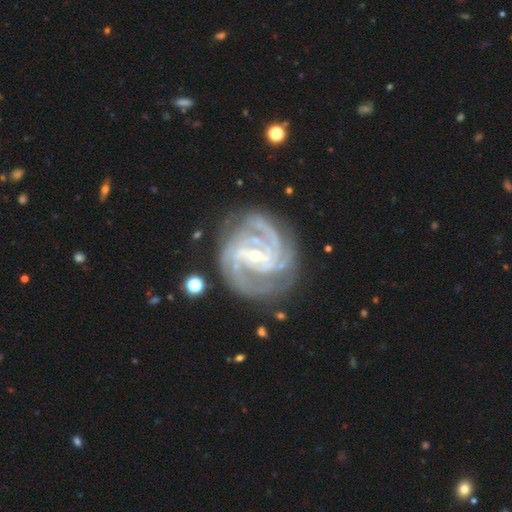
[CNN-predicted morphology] Smooth or featured?
  - featured or disk: 92% *
  - star or artifact: 5%
  - smooth: 3%
Edge-on disk?
  - no: 98% *
  - yes: 2%
Bar?
  - weak: 43% *
  - strong: 34%
  - no: 22%
Spiral arms?
  - yes: 98% *
  - no: 2%
Spiral winding?
  - tight: 61% *
  - medium: 35%
  - loose: 4%
Spiral arm count?
  - 3: 36% *
  - 4: 21%
  - 2: 20%
  - can't tell: 11%
  - more than 4: 6%
  - 1: 5%
Bulge size?
  - small: 68% *
  - moderate: 29%
  - large: 1%
  - none: 1%
  - dominant: 1%
Merging?
  - none: 76% *
  - minor disturbance: 16%
  - major disturbance: 6%
  - merger: 2%